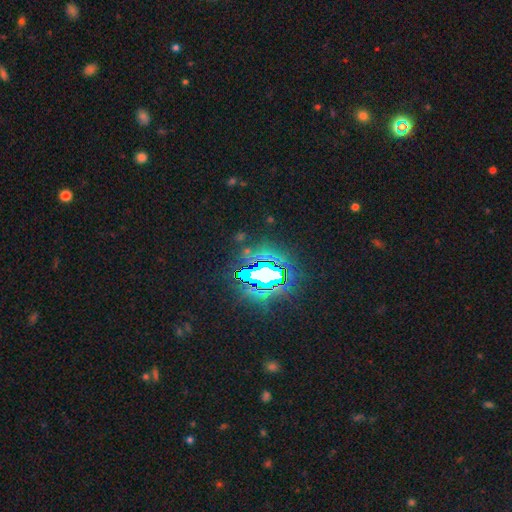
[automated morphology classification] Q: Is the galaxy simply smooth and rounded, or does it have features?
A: star or artifact — 81%.